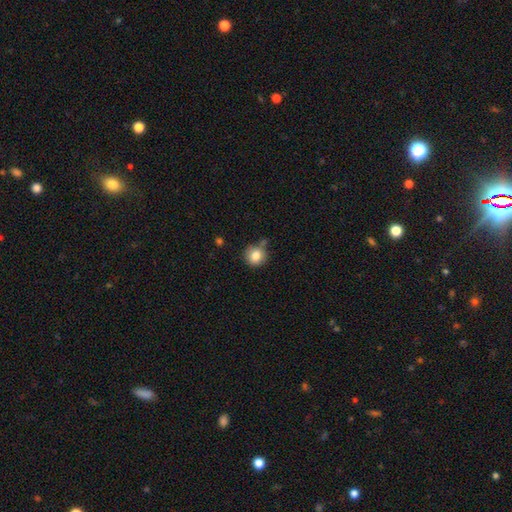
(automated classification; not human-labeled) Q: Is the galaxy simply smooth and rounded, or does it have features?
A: smooth — 83%.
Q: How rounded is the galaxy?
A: round — 91%.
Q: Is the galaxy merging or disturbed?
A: none — 70%.